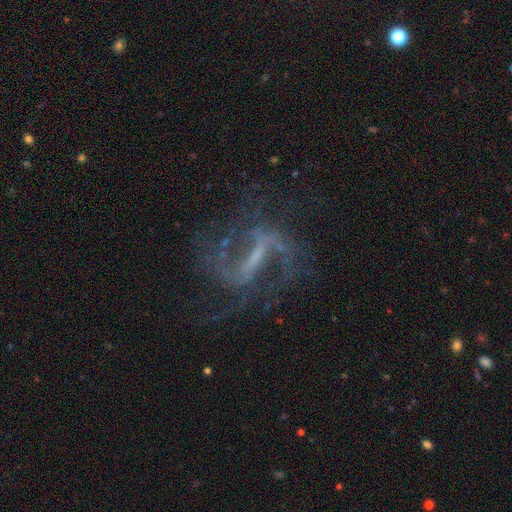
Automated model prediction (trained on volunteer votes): Overall: featured or disk (86%). Edge-on disk: no (95%). Bar: strong (59%; weak 32%). Spiral arms: yes (94%). Spiral arm count: 2 (83%). Spiral winding: medium (44%, tied with loose). Bulge size: small (43%; none 40%). Merging: none (66%).